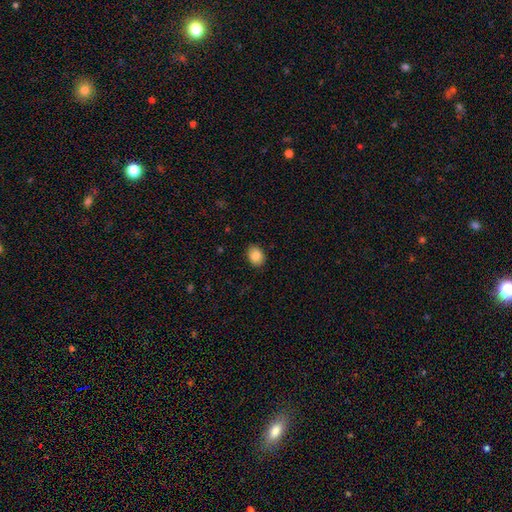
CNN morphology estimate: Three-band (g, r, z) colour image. It shows a smooth galaxy with no disk features (87%) that is in between round and cigar-shaped (60%). Merging: none (87%).